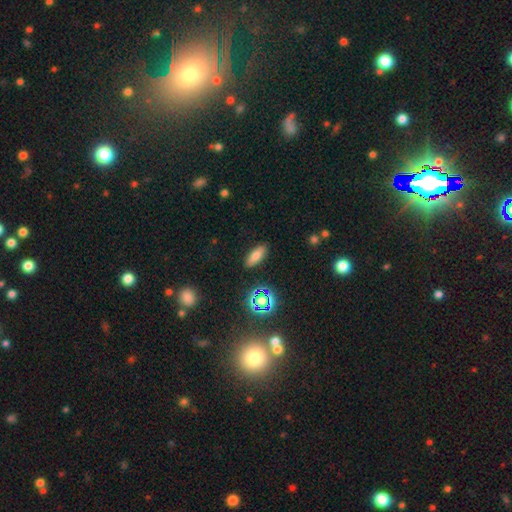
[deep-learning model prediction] Smooth or featured? Predicted: smooth (p=0.74). How rounded? Predicted: in between (p=0.71). Merging? Predicted: none (p=0.88).